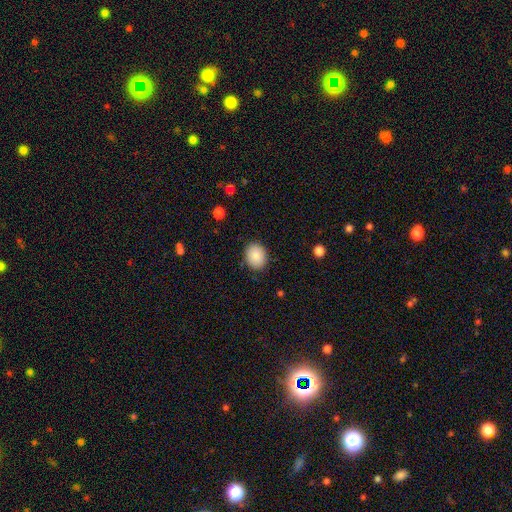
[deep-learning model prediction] Smooth or featured? Predicted: smooth (p=0.87). How rounded? Predicted: round (p=0.57). Merging? Predicted: none (p=0.88).